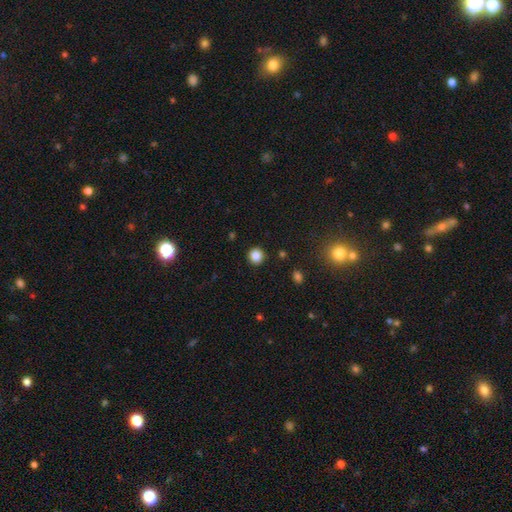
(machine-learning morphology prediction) Smooth or featured? Predicted: smooth (p=0.85). How rounded? Predicted: round (p=0.93). Merging? Predicted: none (p=0.91).